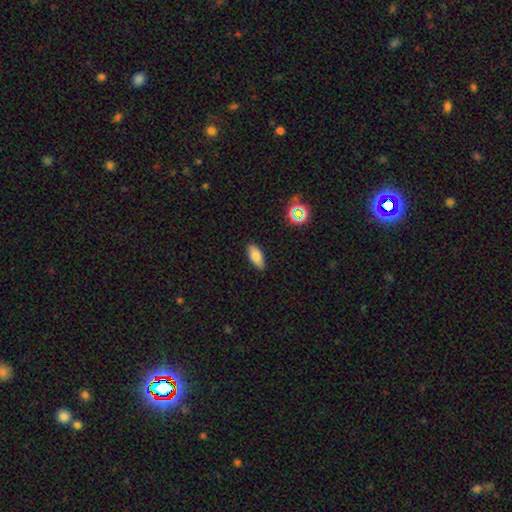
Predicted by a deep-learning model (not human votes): Smooth or featured?
  - smooth: 79% *
  - featured or disk: 11%
  - star or artifact: 10%
How rounded?
  - in between: 82% *
  - cigar-shaped: 15%
  - round: 3%
Merging?
  - none: 87% *
  - minor disturbance: 10%
  - major disturbance: 2%
  - merger: 1%